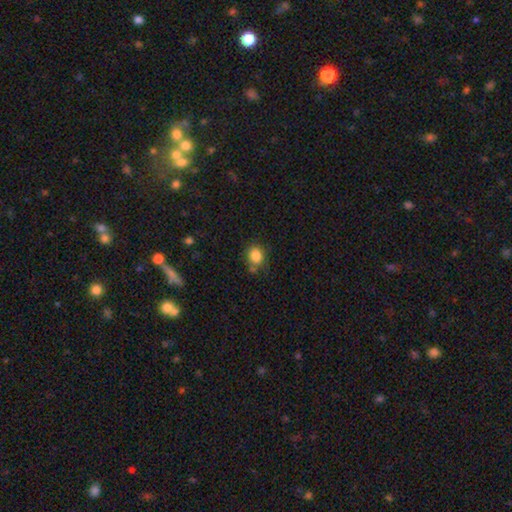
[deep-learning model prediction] Overall: smooth (85%). How rounded: round (57%; in between 42%). Merging: none (70%).